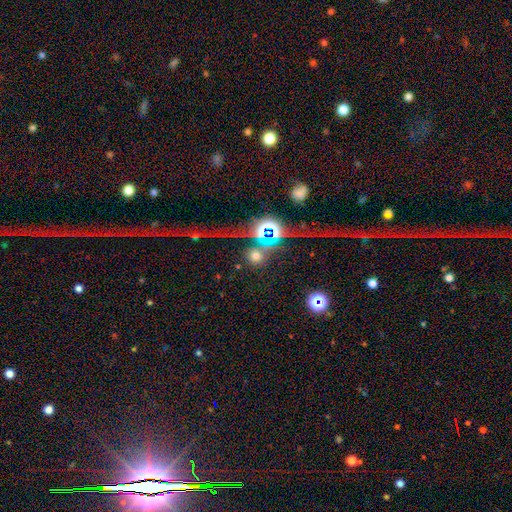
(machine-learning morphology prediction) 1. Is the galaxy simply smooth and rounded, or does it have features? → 56% smooth, 35% star or artifact, 10% featured or disk.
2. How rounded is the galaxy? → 91% round, 7% in between, 2% cigar-shaped.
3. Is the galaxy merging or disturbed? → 75% none, 10% merger, 9% minor disturbance, 7% major disturbance.